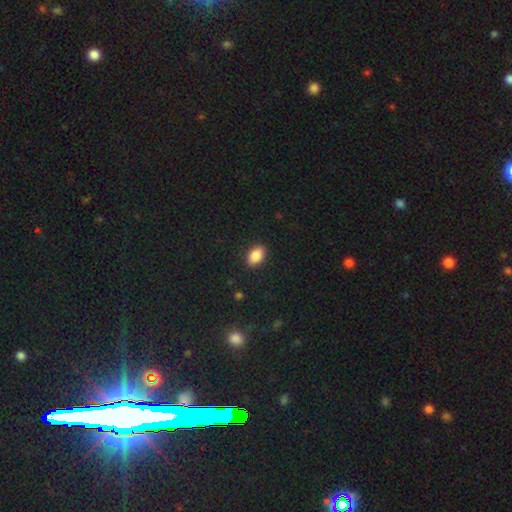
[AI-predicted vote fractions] The model was most divided on "smooth or featured": smooth: 87%, star or artifact: 8%, featured or disk: 5%. More confident: merging — none (89%); how rounded — in between (89%).